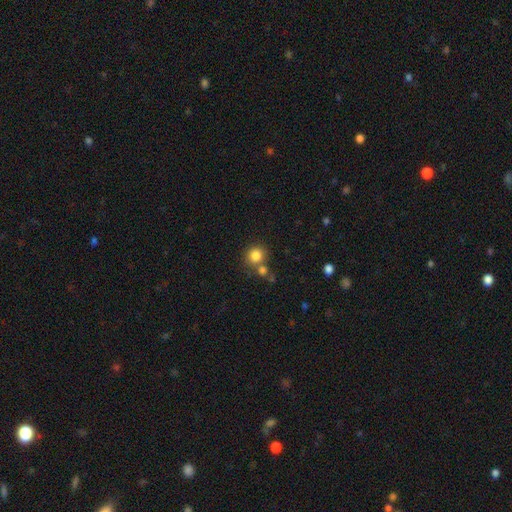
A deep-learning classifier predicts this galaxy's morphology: The model was most divided on "merging": none: 64%, merger: 23%, minor disturbance: 9%, major disturbance: 4%. More confident: how rounded — round (88%); smooth or featured — smooth (83%).